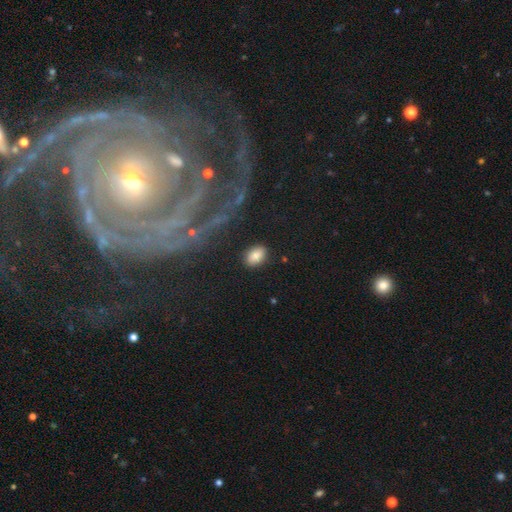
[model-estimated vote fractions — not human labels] Smooth or featured?
  - smooth: 84% *
  - star or artifact: 8%
  - featured or disk: 8%
How rounded?
  - in between: 81% *
  - round: 17%
  - cigar-shaped: 2%
Merging?
  - none: 84% *
  - minor disturbance: 11%
  - major disturbance: 3%
  - merger: 2%